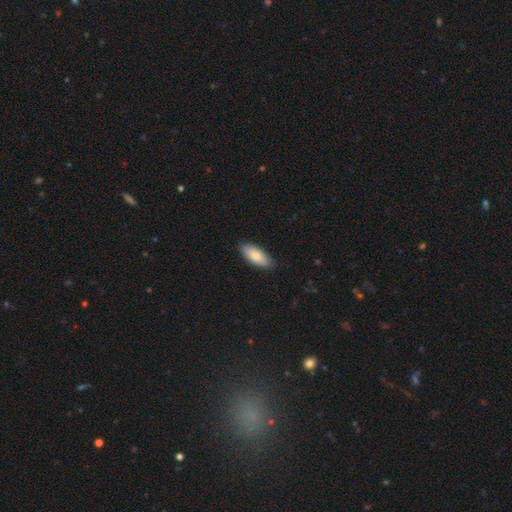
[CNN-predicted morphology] Smooth or featured? smooth (81%)
How rounded? in between (83%)
Merging? none (85%)